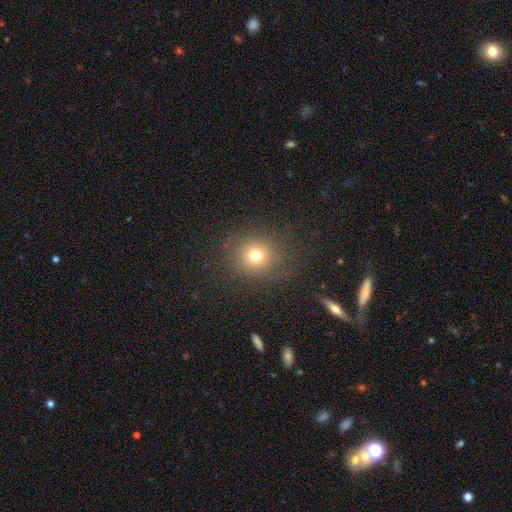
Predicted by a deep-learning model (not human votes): Q: Smooth or featured?
A: smooth (73%); runner-up: star or artifact (18%)
Q: How rounded?
A: round (82%); runner-up: in between (17%)
Q: Merging?
A: none (84%); runner-up: minor disturbance (10%)